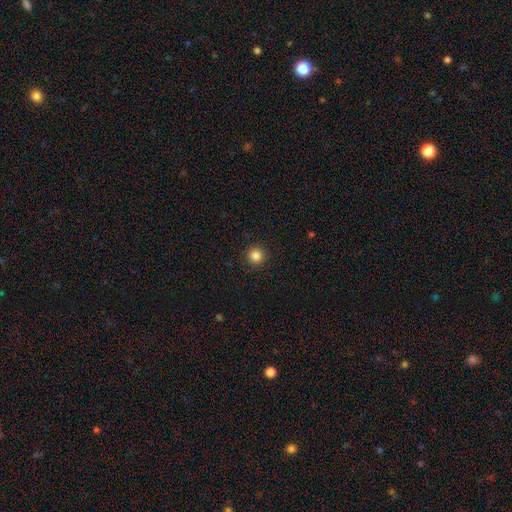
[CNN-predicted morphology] Q: Smooth or featured?
A: smooth (85%); runner-up: star or artifact (12%)
Q: How rounded?
A: round (95%); runner-up: in between (4%)
Q: Merging?
A: none (92%); runner-up: minor disturbance (5%)